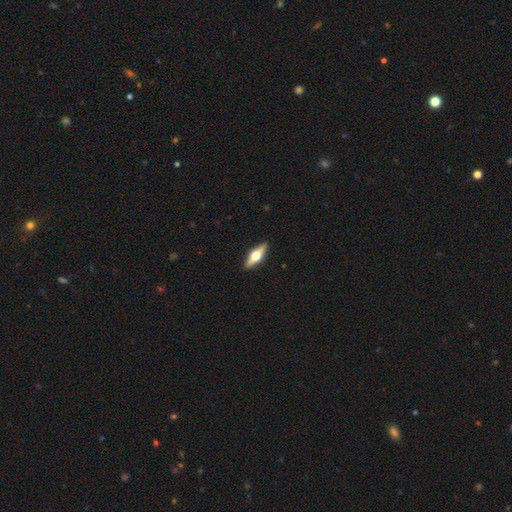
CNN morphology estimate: A featured or disk galaxy (61%) viewed edge-on (95%) with a rounded central bulge (96%).

Vote fractions:
- Smooth or featured? featured or disk: 61% / smooth: 33% / star or artifact: 6%
- Edge-on disk? yes: 95% / no: 5%
- Edge-on bulge? rounded: 96% / boxy: 3% / none: 1%
- Merging? none: 91% / minor disturbance: 7% / major disturbance: 2% / merger: 1%